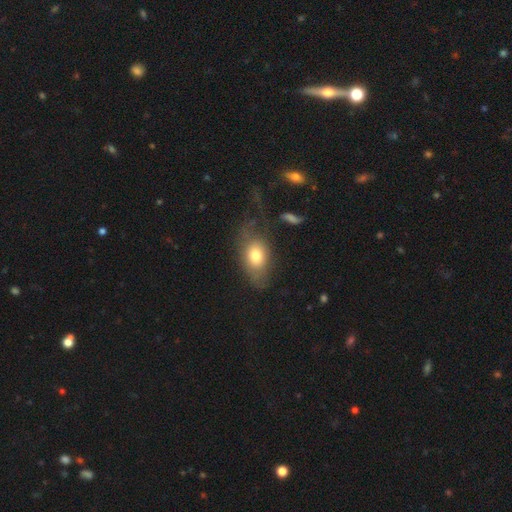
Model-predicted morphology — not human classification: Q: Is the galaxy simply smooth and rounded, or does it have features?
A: smooth — 73%.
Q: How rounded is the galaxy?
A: in between — 79%.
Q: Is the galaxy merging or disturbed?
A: none — 45%.